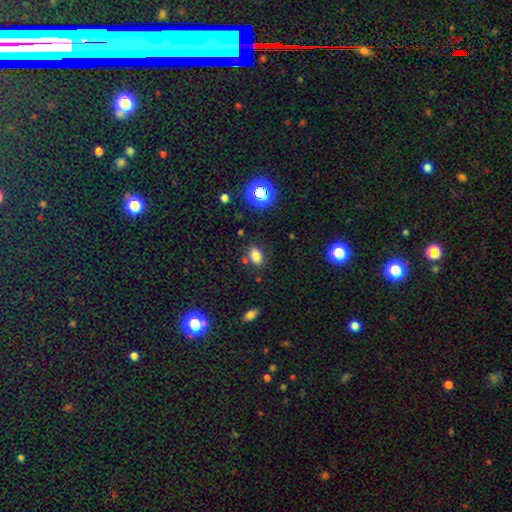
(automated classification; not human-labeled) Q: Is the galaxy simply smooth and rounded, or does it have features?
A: smooth — 77%.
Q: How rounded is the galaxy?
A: in between — 81%.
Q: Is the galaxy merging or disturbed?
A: none — 76%.